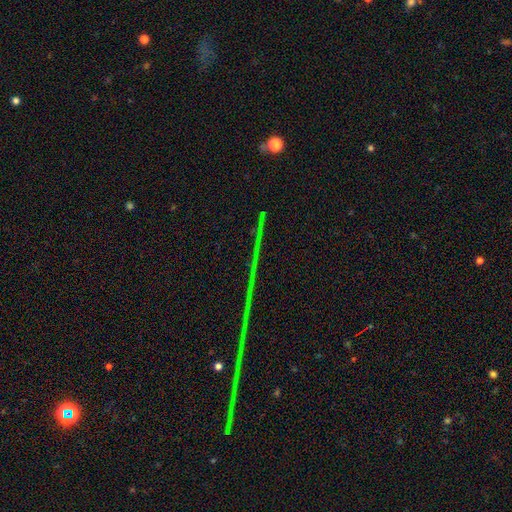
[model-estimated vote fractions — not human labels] star or artifact 84%, featured or disk 9%, smooth 7%.